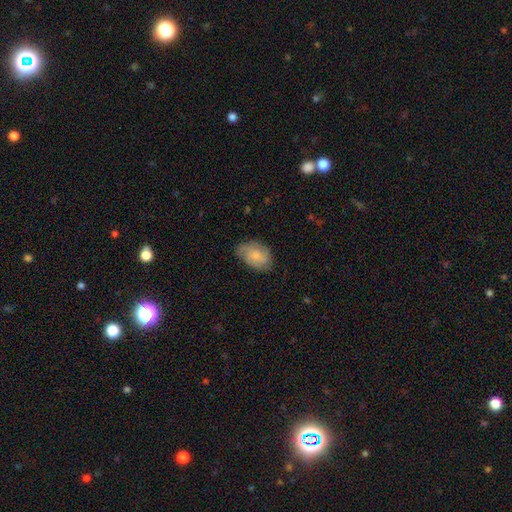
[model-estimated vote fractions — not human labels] Q: Smooth or featured?
A: smooth (64%); runner-up: featured or disk (29%)
Q: How rounded?
A: in between (84%); runner-up: round (14%)
Q: Merging?
A: none (62%); runner-up: minor disturbance (29%)